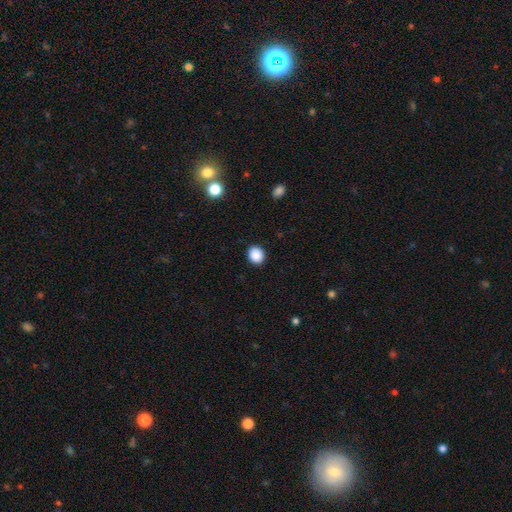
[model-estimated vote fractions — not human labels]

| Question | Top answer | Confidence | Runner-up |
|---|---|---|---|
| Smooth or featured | smooth | 88% | star or artifact (9%) |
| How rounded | round | 70% | in between (29%) |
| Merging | none | 91% | minor disturbance (7%) |